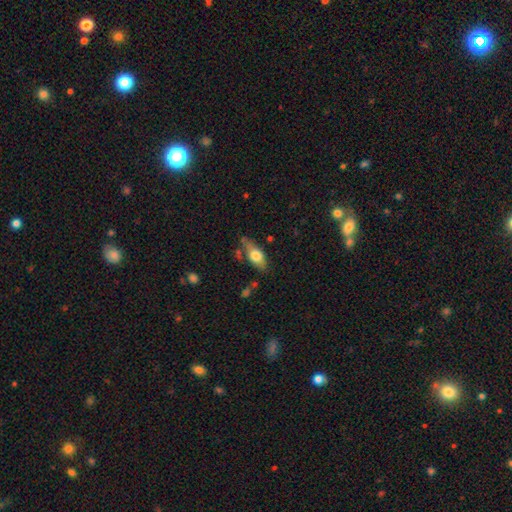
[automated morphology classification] Q: Smooth or featured?
A: smooth (67%); runner-up: featured or disk (26%)
Q: How rounded?
A: in between (80%); runner-up: cigar-shaped (15%)
Q: Merging?
A: none (63%); runner-up: minor disturbance (24%)